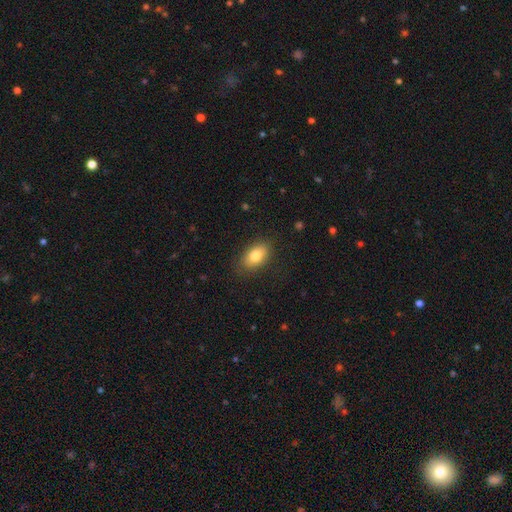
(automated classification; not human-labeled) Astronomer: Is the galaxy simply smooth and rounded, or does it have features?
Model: smooth — 80%.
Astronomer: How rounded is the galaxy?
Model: in between — 89%.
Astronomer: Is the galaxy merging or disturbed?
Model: none — 85%.